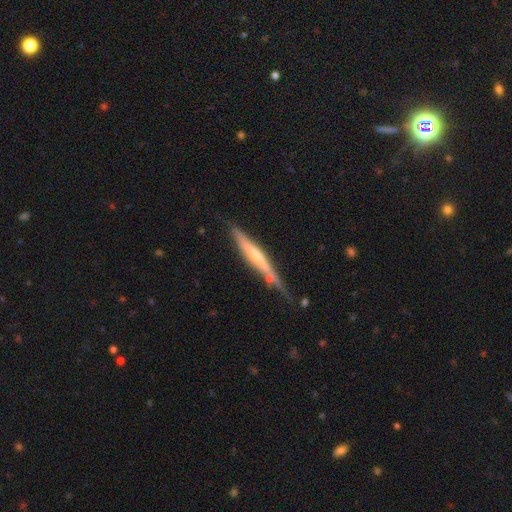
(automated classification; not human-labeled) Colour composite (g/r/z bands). It shows a featured or disk galaxy (61%) viewed edge-on (93%) with a rounded central bulge (56%). Merging: none (65%).